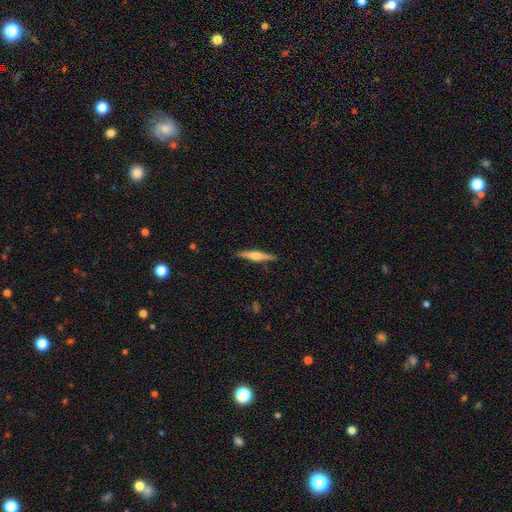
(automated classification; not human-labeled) Smooth or featured? featured or disk (65%)
Edge-on disk? yes (98%)
Edge-on bulge? rounded (87%)
Merging? none (90%)